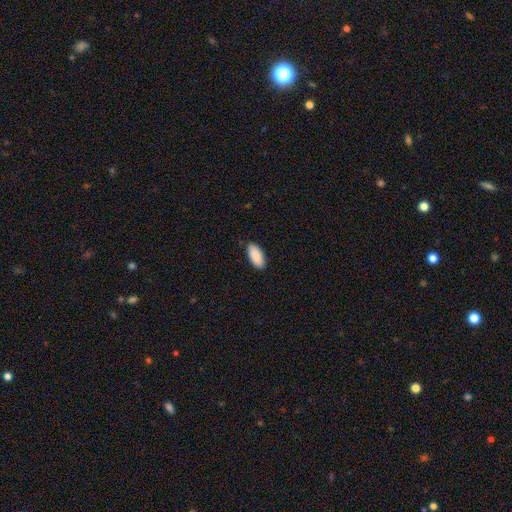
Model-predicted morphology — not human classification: Smooth or featured? Predicted: smooth (p=0.91). How rounded? Predicted: in between (p=0.90). Merging? Predicted: none (p=0.88).